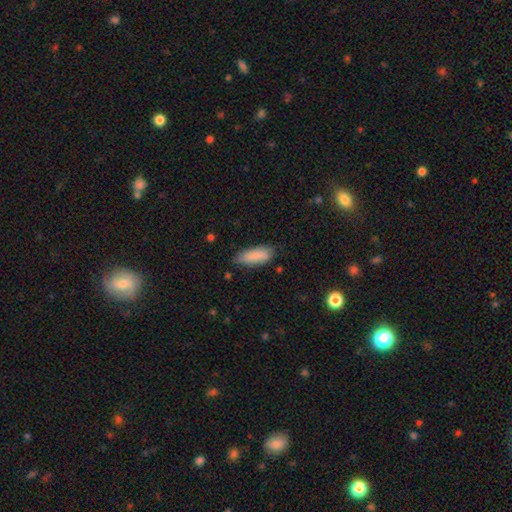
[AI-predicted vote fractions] Q: Smooth or featured?
A: smooth (87%); runner-up: featured or disk (7%)
Q: How rounded?
A: in between (71%); runner-up: cigar-shaped (27%)
Q: Merging?
A: none (74%); runner-up: minor disturbance (21%)